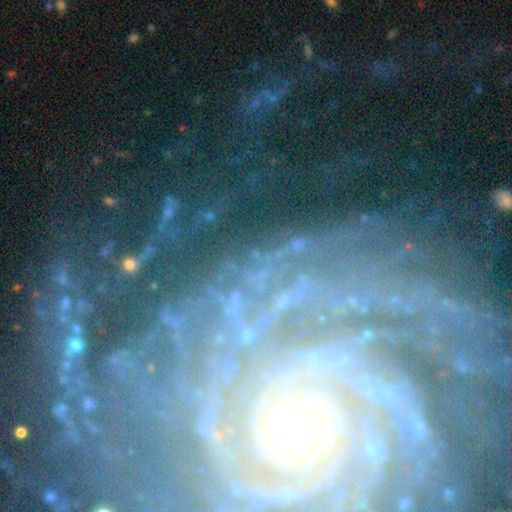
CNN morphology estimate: Overall: featured or disk (78%). Edge-on disk: no (95%). Bar: no (65%). Spiral arms: yes (95%). Spiral arm count: more than 4 (25%, tied with can't tell). Spiral winding: tight (79%). Bulge size: small (69%). Merging: none (72%).